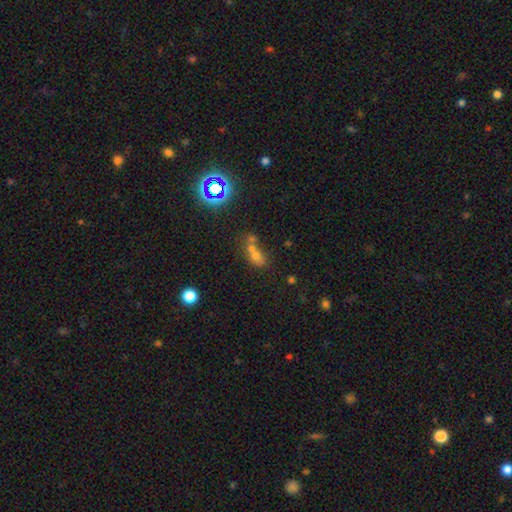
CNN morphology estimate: A smooth galaxy with no disk features (56%) that is in between round and cigar-shaped (56%).

Vote fractions:
- Smooth or featured? smooth: 56% / star or artifact: 24% / featured or disk: 20%
- How rounded? in between: 56% / round: 40% / cigar-shaped: 4%
- Merging? merger: 57% / none: 28% / minor disturbance: 9% / major disturbance: 6%